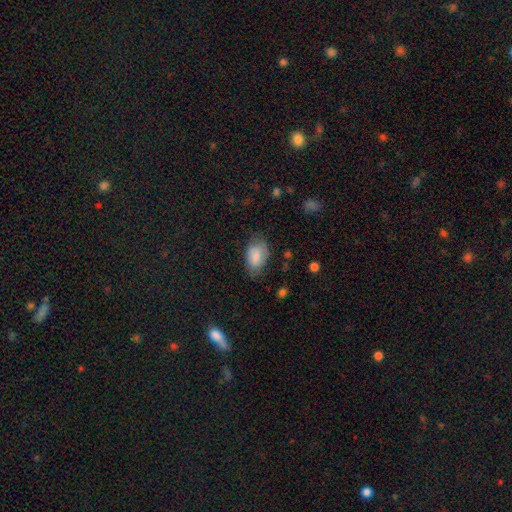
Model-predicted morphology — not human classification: Smooth or featured: smooth — 80% (featured or disk — 13%)
How rounded: in between — 90% (round — 9%)
Merging: none — 62% (minor disturbance — 28%)